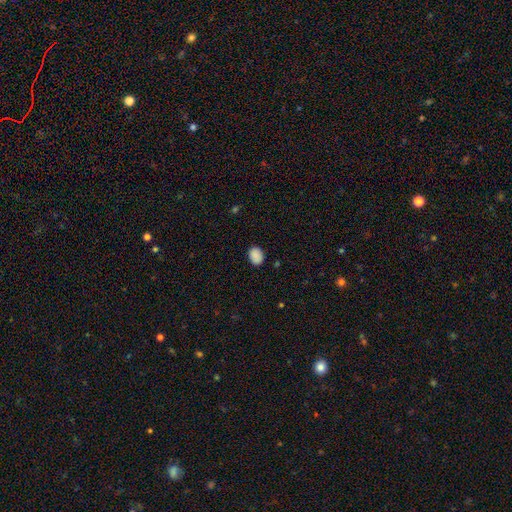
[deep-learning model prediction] Smooth or featured: smooth — 88% (star or artifact — 8%)
How rounded: in between — 66% (round — 33%)
Merging: none — 85% (minor disturbance — 12%)